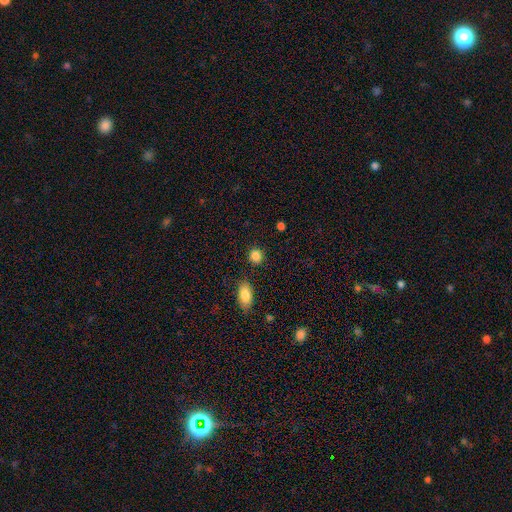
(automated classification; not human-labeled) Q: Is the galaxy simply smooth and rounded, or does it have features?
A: smooth — 87%.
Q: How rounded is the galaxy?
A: round — 80%.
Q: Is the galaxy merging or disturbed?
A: none — 86%.